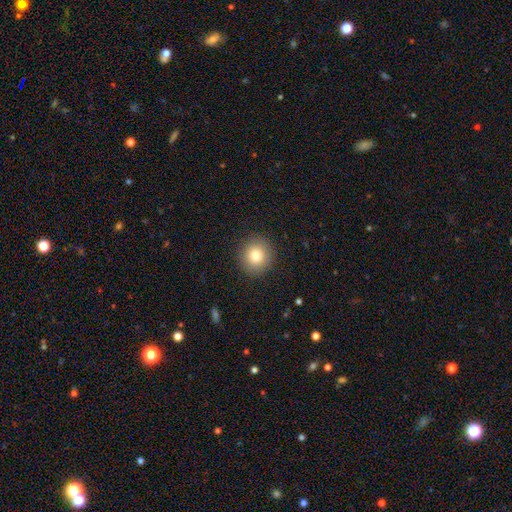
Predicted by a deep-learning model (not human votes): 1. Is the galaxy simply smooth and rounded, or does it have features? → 81% smooth, 10% star or artifact, 9% featured or disk.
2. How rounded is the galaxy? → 90% round, 9% in between, 1% cigar-shaped.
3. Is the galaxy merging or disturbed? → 91% none, 6% minor disturbance, 2% major disturbance, 1% merger.